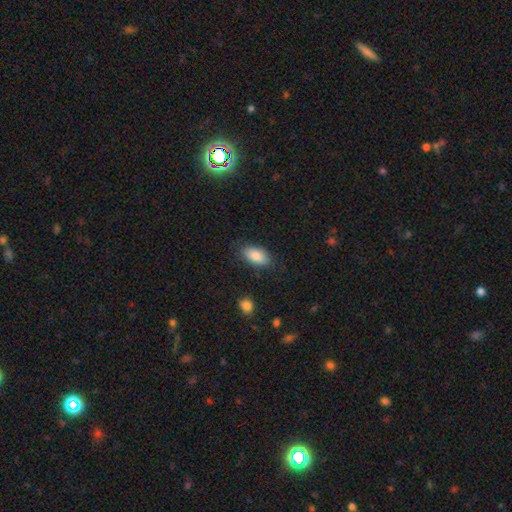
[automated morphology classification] Q: Smooth or featured?
A: smooth (87%); runner-up: star or artifact (7%)
Q: How rounded?
A: in between (93%); runner-up: cigar-shaped (4%)
Q: Merging?
A: none (82%); runner-up: minor disturbance (13%)